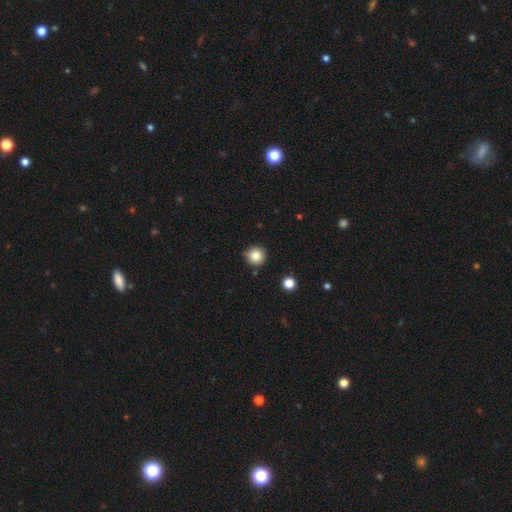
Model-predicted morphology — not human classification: A smooth galaxy with no disk features (83%) that is round (94%).

Vote fractions:
- Smooth or featured? smooth: 83% / star or artifact: 11% / featured or disk: 6%
- How rounded? round: 94% / in between: 5% / cigar-shaped: 1%
- Merging? none: 86% / minor disturbance: 9% / merger: 3% / major disturbance: 2%